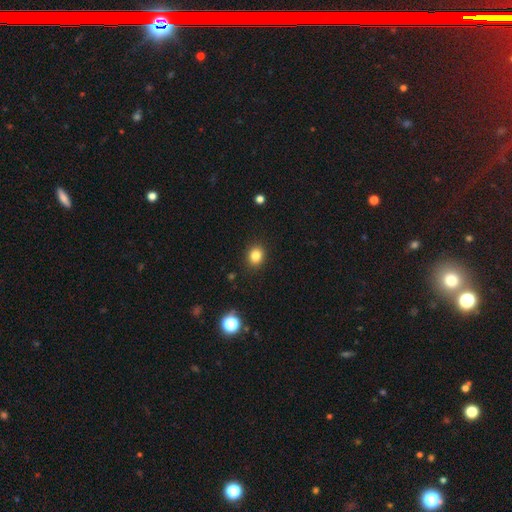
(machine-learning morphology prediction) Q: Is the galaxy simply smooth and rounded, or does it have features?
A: smooth — 83%.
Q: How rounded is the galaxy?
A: round — 66%.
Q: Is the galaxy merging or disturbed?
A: none — 90%.